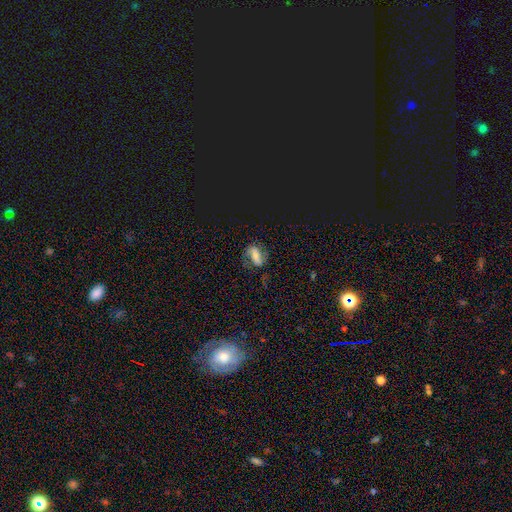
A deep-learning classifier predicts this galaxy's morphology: Smooth or featured?
  - featured or disk: 49% *
  - smooth: 35%
  - star or artifact: 16%
Merging?
  - none: 61% *
  - minor disturbance: 20%
  - major disturbance: 16%
  - merger: 3%